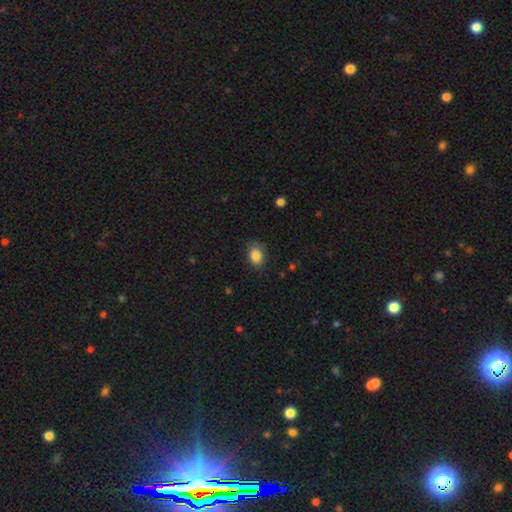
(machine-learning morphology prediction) The model was most divided on "how rounded": in between: 72%, round: 27%, cigar-shaped: 1%. More confident: smooth or featured — smooth (86%); merging — none (77%).